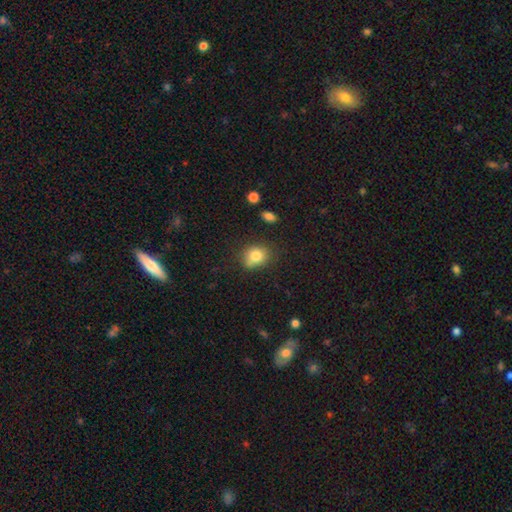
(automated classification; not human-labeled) A smooth galaxy with no disk features (80%) that is round (55%).

Vote fractions:
- Smooth or featured? smooth: 80% / star or artifact: 10% / featured or disk: 9%
- How rounded? round: 55% / in between: 44% / cigar-shaped: 1%
- Merging? none: 66% / minor disturbance: 24% / major disturbance: 6% / merger: 4%